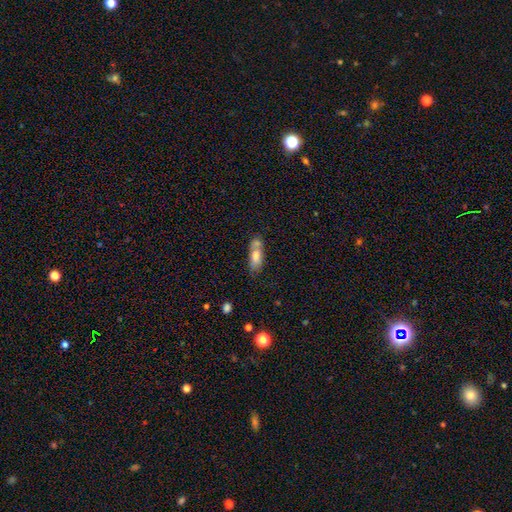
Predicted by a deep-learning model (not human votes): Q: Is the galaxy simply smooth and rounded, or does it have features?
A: smooth — 69%.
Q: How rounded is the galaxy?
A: in between — 69%.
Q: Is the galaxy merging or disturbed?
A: none — 40%.